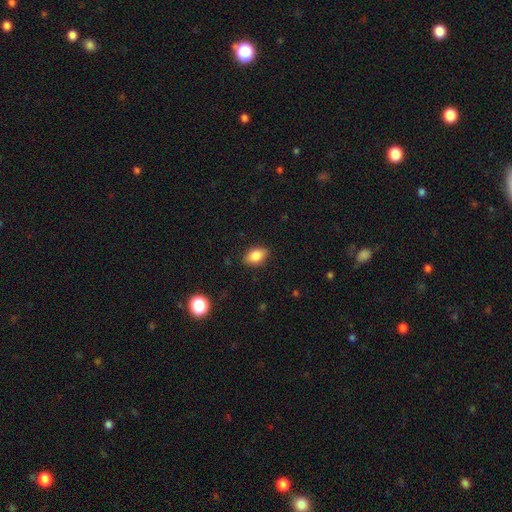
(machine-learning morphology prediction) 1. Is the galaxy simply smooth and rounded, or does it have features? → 84% smooth, 9% star or artifact, 8% featured or disk.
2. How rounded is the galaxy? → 86% in between, 12% round, 2% cigar-shaped.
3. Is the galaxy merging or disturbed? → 86% none, 11% minor disturbance, 2% major disturbance, 1% merger.